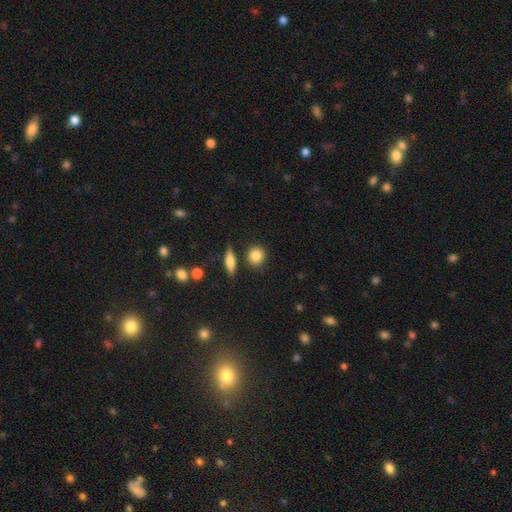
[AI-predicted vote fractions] This is clearly a smooth galaxy (84%). How rounded: clearly round (82%). Merging: clearly none (82%).